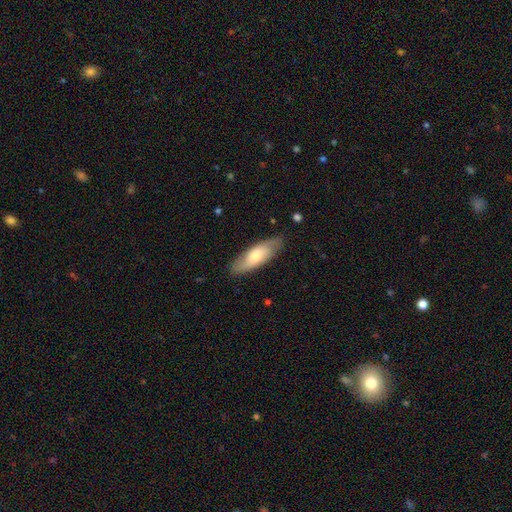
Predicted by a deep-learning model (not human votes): This appears to be a smooth galaxy with no disk features (64%) that is in between round and cigar-shaped (61%). Merging: none (82%).